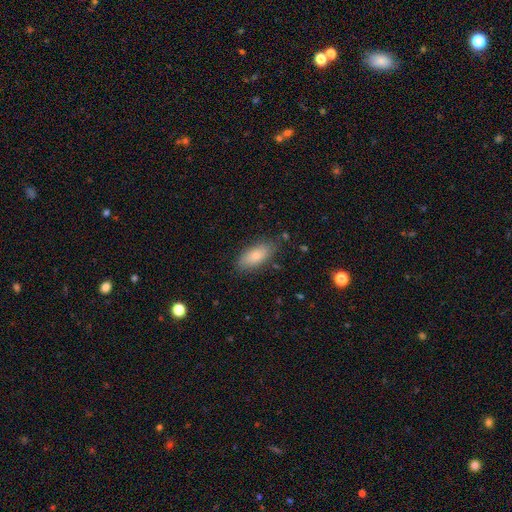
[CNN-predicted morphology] This is clearly a smooth galaxy (80%). How rounded: clearly in between (87%). Merging: likely none (80%).